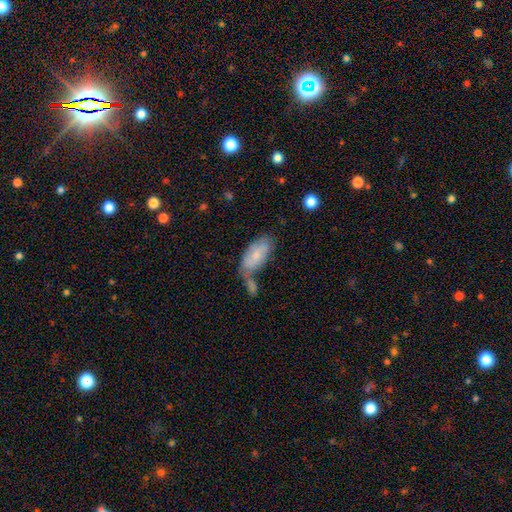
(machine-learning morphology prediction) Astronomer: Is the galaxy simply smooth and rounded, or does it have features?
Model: smooth — 65%.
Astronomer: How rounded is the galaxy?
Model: in between — 90%.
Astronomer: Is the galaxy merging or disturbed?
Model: none — 38% (runner-up: merger, 31%).